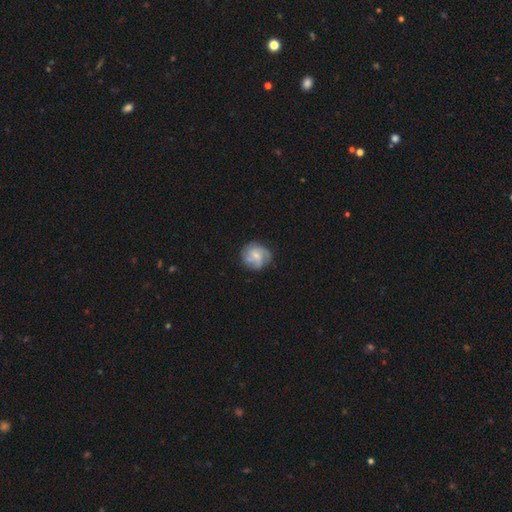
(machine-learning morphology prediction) Smooth or featured: featured or disk — 52% (smooth — 40%)
Edge-on disk: no — 98% (yes — 2%)
Bar: no — 55% (weak — 39%)
Spiral arms: yes — 84% (no — 16%)
Bulge size: small — 48% (moderate — 35%)
Merging: none — 71% (minor disturbance — 20%)